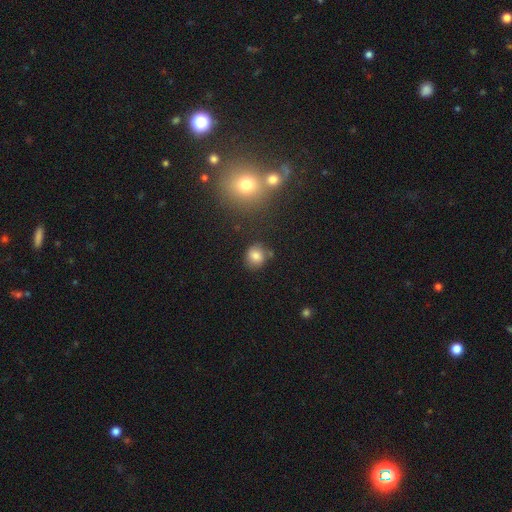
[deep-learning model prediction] The model was most divided on "merging": none: 76%, minor disturbance: 13%, merger: 7%, major disturbance: 4%. More confident: how rounded — round (83%); smooth or featured — smooth (79%).